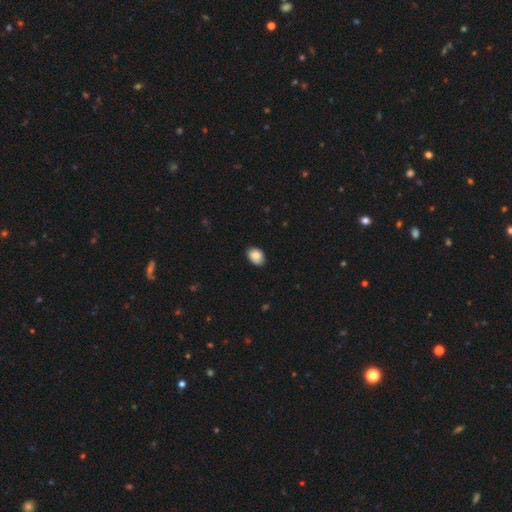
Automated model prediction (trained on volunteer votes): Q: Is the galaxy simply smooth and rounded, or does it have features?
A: smooth — 88%.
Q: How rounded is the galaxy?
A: in between — 76%.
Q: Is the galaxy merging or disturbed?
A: none — 83%.